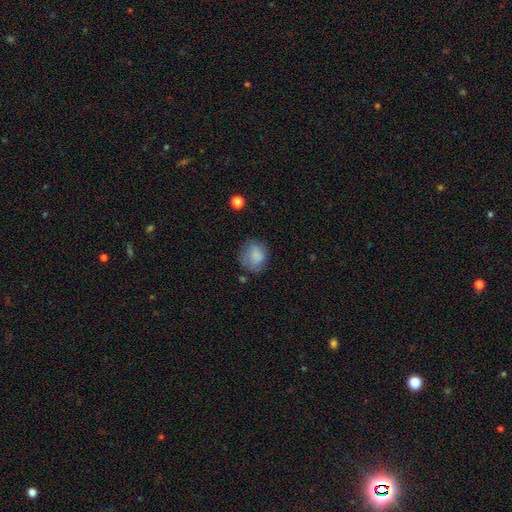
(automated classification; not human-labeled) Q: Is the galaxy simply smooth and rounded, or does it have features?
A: smooth — 80%.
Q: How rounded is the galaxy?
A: round — 69%.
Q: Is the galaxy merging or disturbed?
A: none — 64%.